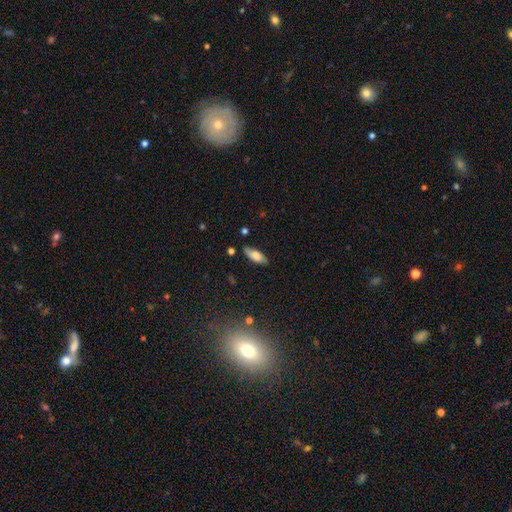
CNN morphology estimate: Smooth or featured? smooth (74%)
How rounded? in between (69%)
Merging? none (78%)